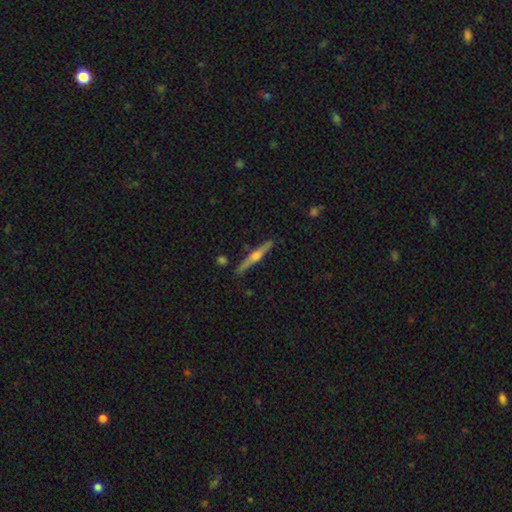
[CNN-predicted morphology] The model was most divided on "smooth or featured": featured or disk: 73%, smooth: 21%, star or artifact: 6%. More confident: edge-on disk — yes (98%); edge-on bulge — rounded (90%); merging — none (89%).